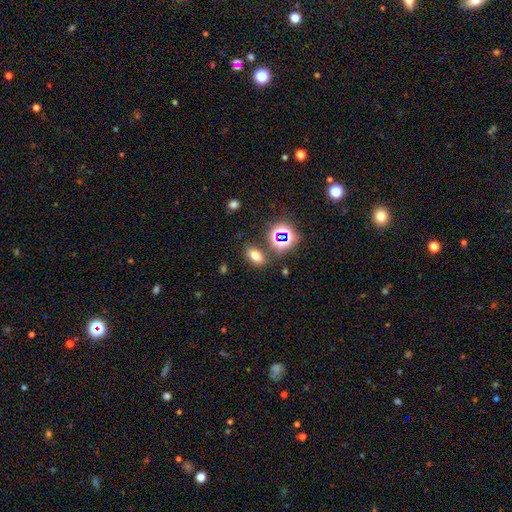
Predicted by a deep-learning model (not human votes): This is likely a smooth galaxy (67%). How rounded: clearly in between (81%). Merging: likely none (80%).